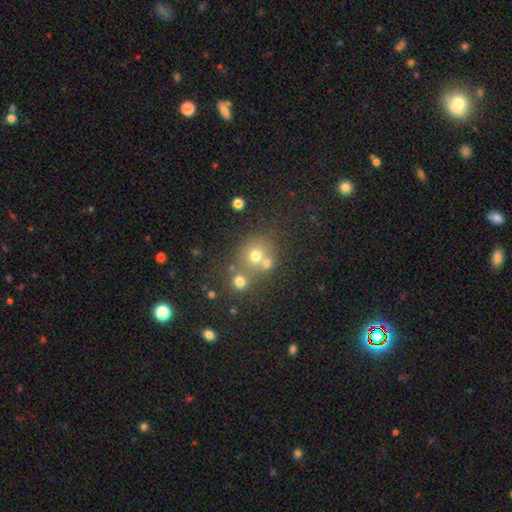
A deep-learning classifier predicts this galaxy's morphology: Smooth or featured? Predicted: smooth (p=0.68). How rounded? Predicted: round (p=0.83). Merging? Predicted: none (p=0.52).